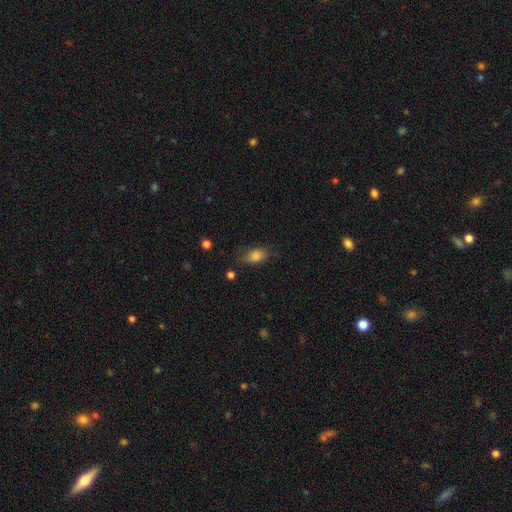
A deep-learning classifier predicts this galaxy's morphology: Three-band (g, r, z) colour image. It shows a smooth galaxy with no disk features (83%) that is in between round and cigar-shaped (82%). Merging: none (70%).